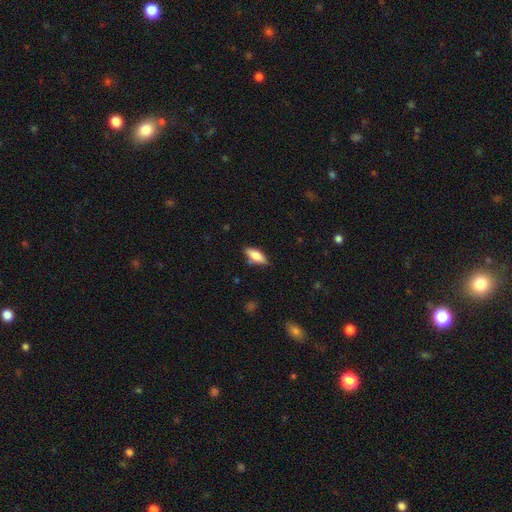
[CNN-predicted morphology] smooth_or_featured: smooth (p=0.69) [alt: featured or disk p=0.24]
how_rounded: in between (p=0.70) [alt: cigar-shaped p=0.27]
merging: none (p=0.79) [alt: minor disturbance p=0.15]